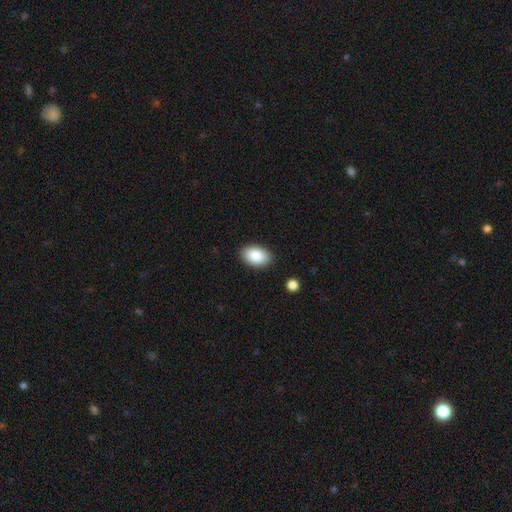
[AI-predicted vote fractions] smooth_or_featured: smooth (p=0.86) [alt: featured or disk p=0.07]
how_rounded: in between (p=0.91) [alt: round p=0.08]
merging: none (p=0.88) [alt: minor disturbance p=0.08]